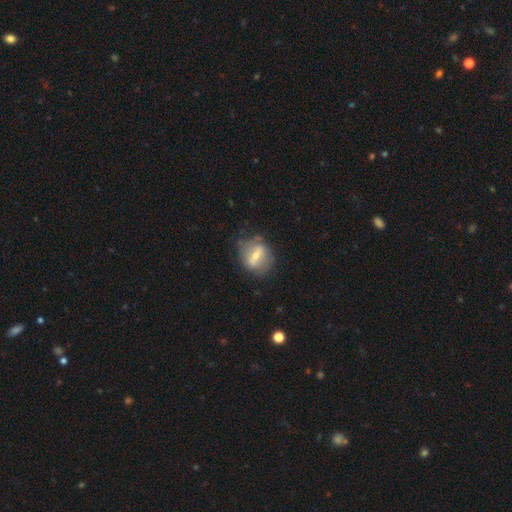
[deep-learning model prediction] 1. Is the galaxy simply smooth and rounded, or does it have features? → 54% featured or disk, 37% smooth, 8% star or artifact.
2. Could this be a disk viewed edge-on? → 82% no, 18% yes.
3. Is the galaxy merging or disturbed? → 69% none, 19% minor disturbance, 9% major disturbance, 2% merger.